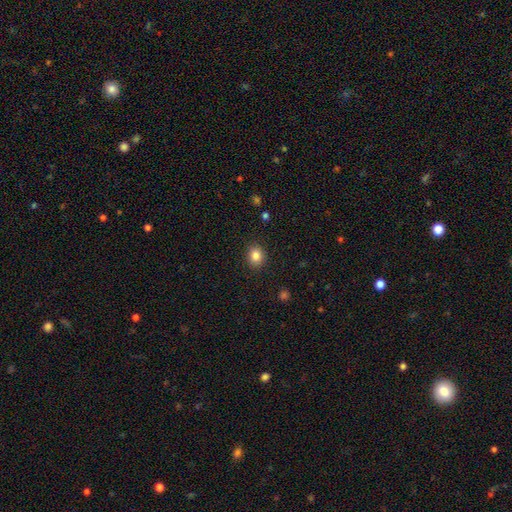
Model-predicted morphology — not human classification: A smooth galaxy with no disk features (84%) that is round (66%).

Vote fractions:
- Smooth or featured? smooth: 84% / star or artifact: 10% / featured or disk: 5%
- How rounded? round: 66% / in between: 33% / cigar-shaped: 1%
- Merging? none: 90% / minor disturbance: 7% / major disturbance: 2% / merger: 1%